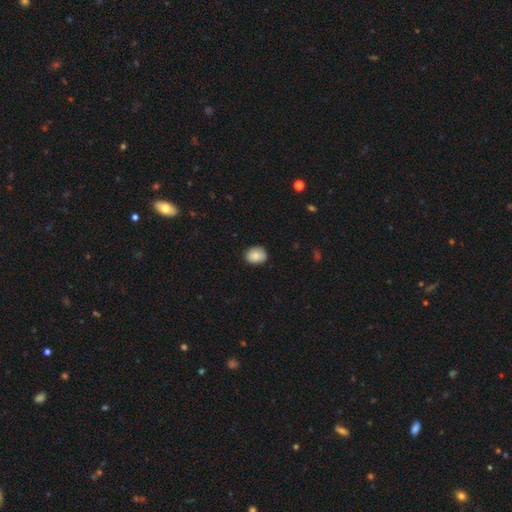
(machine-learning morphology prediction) A smooth galaxy with no disk features (88%) that is in between round and cigar-shaped (52%).

Vote fractions:
- Smooth or featured? smooth: 88% / star or artifact: 7% / featured or disk: 5%
- How rounded? in between: 52% / round: 47% / cigar-shaped: 1%
- Merging? none: 84% / minor disturbance: 13% / major disturbance: 2% / merger: 1%